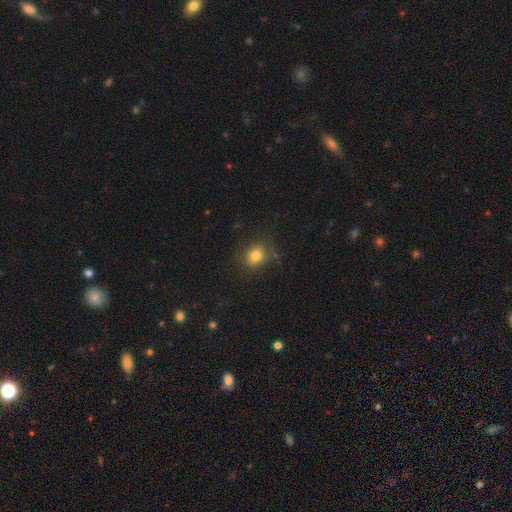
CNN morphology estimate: Smooth or featured? Predicted: smooth (p=0.80). How rounded? Predicted: round (p=0.61). Merging? Predicted: none (p=0.80).